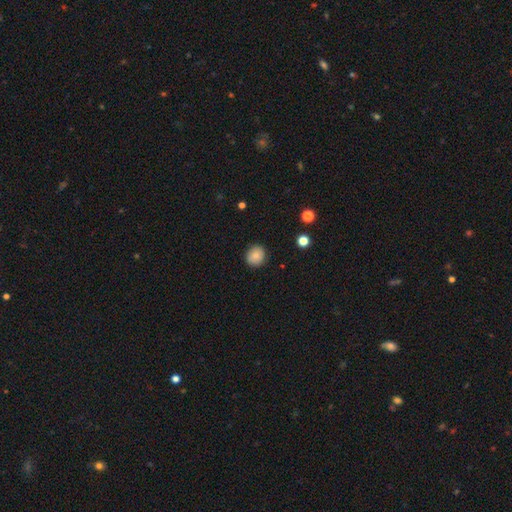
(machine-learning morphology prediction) type=smooth (82%); roundness=round (85%); merging=none (88%).